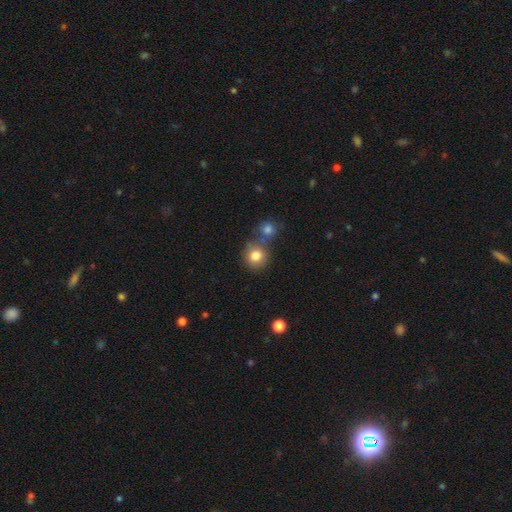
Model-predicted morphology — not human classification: Smooth or featured? Predicted: smooth (p=0.81). How rounded? Predicted: round (p=0.88). Merging? Predicted: none (p=0.62).